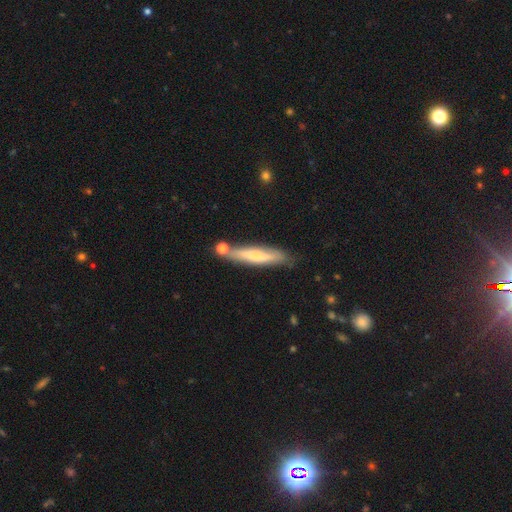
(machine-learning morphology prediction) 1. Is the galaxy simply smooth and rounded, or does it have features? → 60% smooth, 33% featured or disk, 6% star or artifact.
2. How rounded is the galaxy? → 89% cigar-shaped, 9% in between, 1% round.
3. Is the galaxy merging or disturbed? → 70% none, 16% minor disturbance, 10% merger, 4% major disturbance.